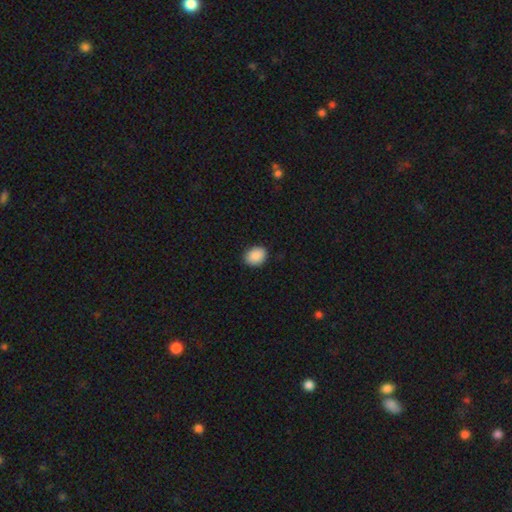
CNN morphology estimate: Smooth or featured? smooth (90%)
How rounded? in between (59%)
Merging? none (88%)